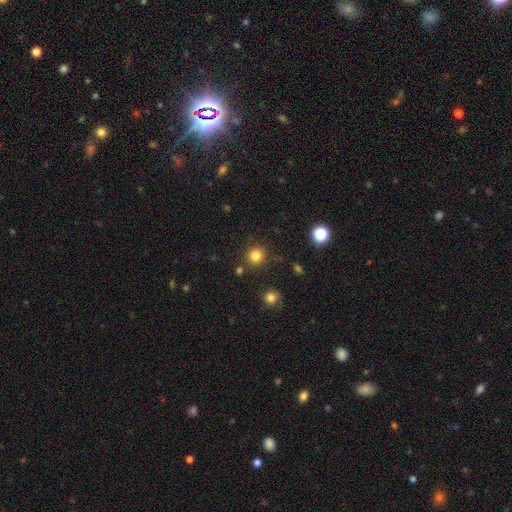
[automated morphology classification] Smooth or featured? smooth (82%)
How rounded? round (92%)
Merging? none (85%)